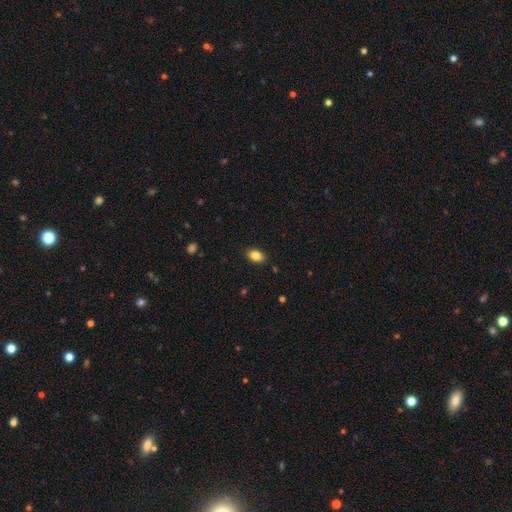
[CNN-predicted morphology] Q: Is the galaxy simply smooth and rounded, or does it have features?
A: smooth — 86%.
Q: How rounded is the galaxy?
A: in between — 86%.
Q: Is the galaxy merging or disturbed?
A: none — 89%.